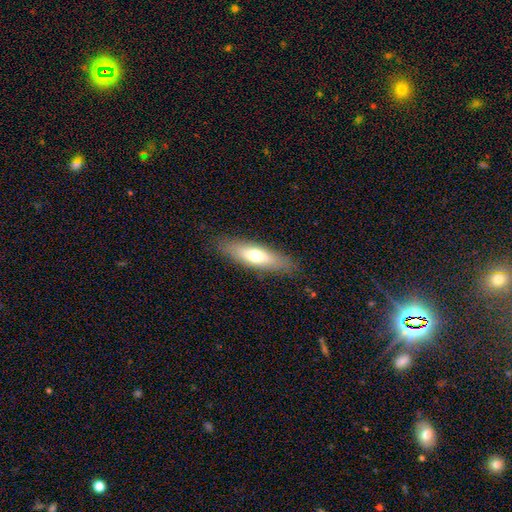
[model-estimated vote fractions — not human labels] A smooth galaxy with no disk features (59%) that is cigar-shaped (56%).

Vote fractions:
- Smooth or featured? smooth: 59% / featured or disk: 34% / star or artifact: 6%
- How rounded? cigar-shaped: 56% / in between: 42% / round: 2%
- Merging? none: 85% / minor disturbance: 11% / major disturbance: 3% / merger: 1%